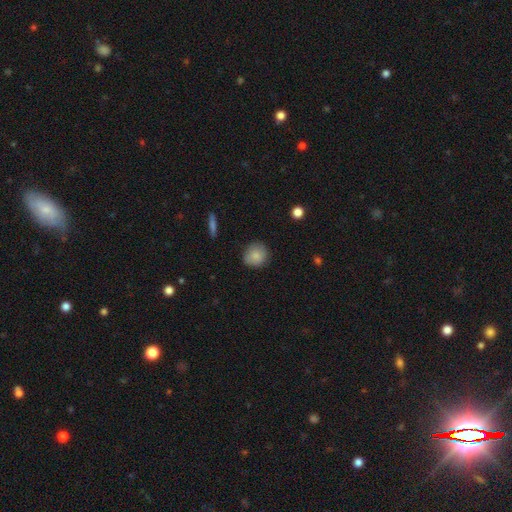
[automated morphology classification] This is clearly a smooth galaxy (85%). How rounded: clearly round (85%). Merging: clearly none (84%).